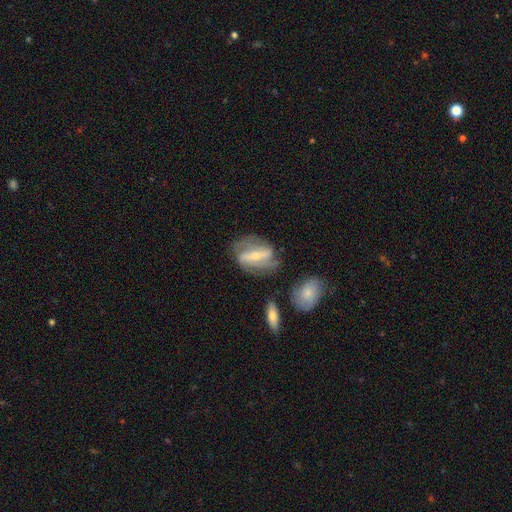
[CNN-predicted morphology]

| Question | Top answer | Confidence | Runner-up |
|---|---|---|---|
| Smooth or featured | featured or disk | 79% | smooth (14%) |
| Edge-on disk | no | 94% | yes (6%) |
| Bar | strong | 59% | weak (27%) |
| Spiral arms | yes | 89% | no (11%) |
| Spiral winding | medium | 42% | loose (31%) |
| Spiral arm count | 2 | 68% | can't tell (12%) |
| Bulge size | small | 63% | moderate (31%) |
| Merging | none | 67% | minor disturbance (19%) |